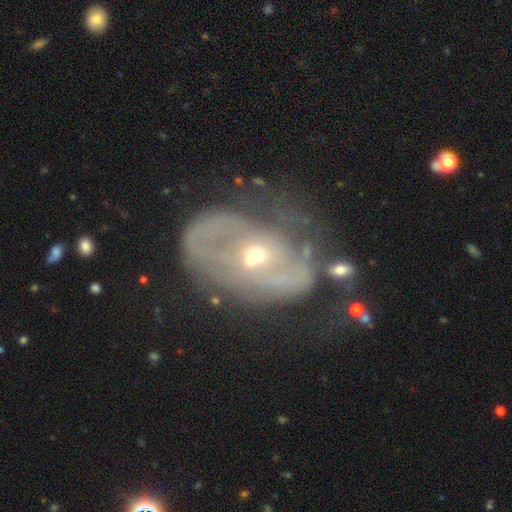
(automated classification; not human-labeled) Q: Smooth or featured?
A: featured or disk (78%); runner-up: smooth (14%)
Q: Edge-on disk?
A: no (95%); runner-up: yes (5%)
Q: Bar?
A: no (47%); runner-up: weak (36%)
Q: Spiral arms?
A: yes (71%); runner-up: no (29%)
Q: Spiral winding?
A: tight (46%); runner-up: medium (35%)
Q: Spiral arm count?
A: 2 (46%); runner-up: can't tell (33%)
Q: Bulge size?
A: moderate (49%); runner-up: small (47%)
Q: Merging?
A: none (49%); runner-up: minor disturbance (25%)